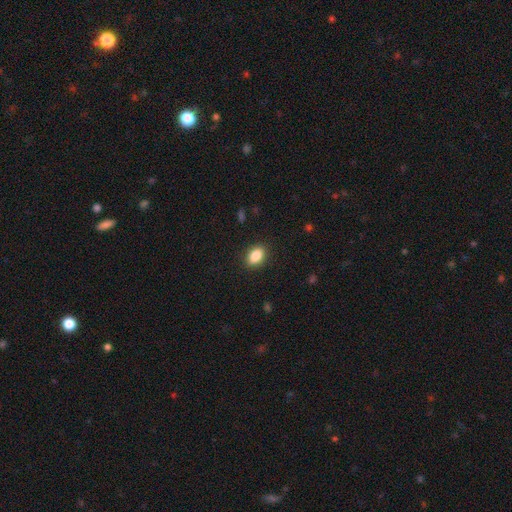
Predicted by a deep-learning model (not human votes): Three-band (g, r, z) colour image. It shows a smooth galaxy with no disk features (87%) that is in between round and cigar-shaped (85%). Merging: none (88%).